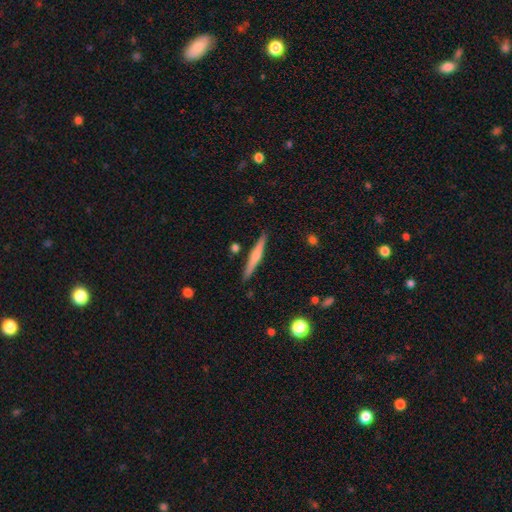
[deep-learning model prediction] Morphology: type=featured or disk (47%, tied with smooth); merging=none (89%).